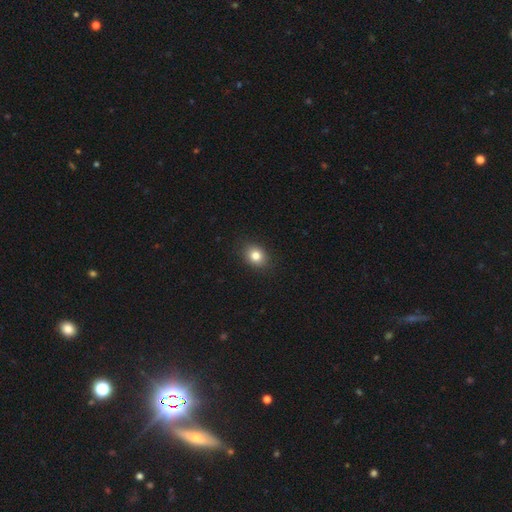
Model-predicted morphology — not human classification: Smooth or featured? Predicted: smooth (p=0.82). How rounded? Predicted: round (p=0.51). Merging? Predicted: none (p=0.88).